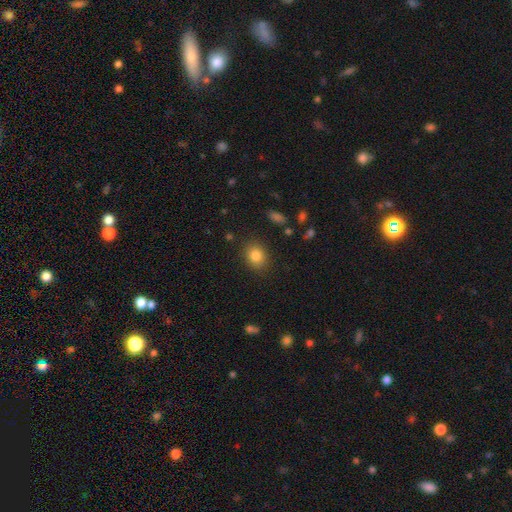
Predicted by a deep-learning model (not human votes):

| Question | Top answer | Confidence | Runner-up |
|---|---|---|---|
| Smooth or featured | smooth | 83% | star or artifact (10%) |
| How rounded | in between | 50% | round (49%) |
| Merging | none | 87% | minor disturbance (9%) |